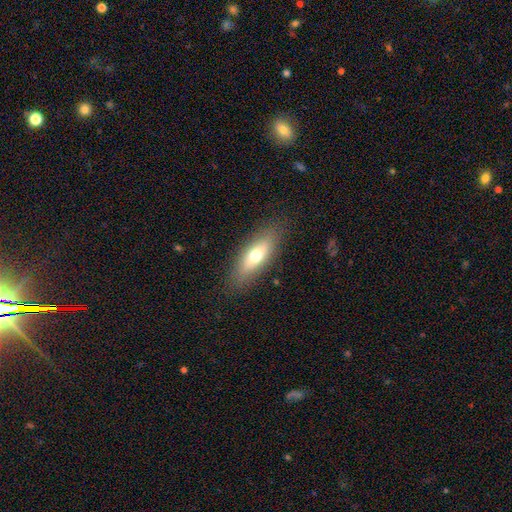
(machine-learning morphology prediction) smooth 62%, featured or disk 31%, star or artifact 7%. Down the decision tree: how rounded — in between (61%); merging — none (85%).